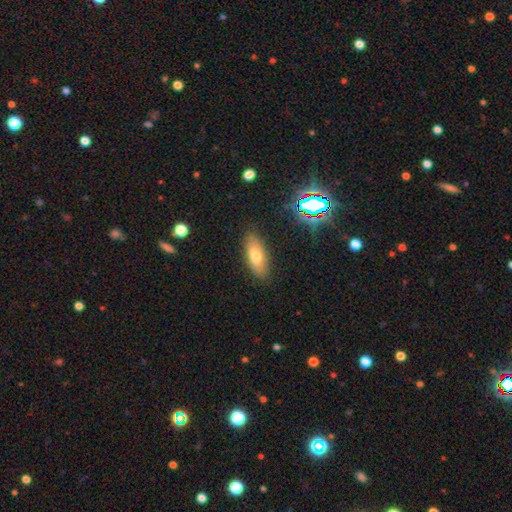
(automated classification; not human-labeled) Smooth or featured?
  - smooth: 69% *
  - featured or disk: 21%
  - star or artifact: 10%
How rounded?
  - in between: 71% *
  - cigar-shaped: 26%
  - round: 3%
Merging?
  - none: 87% *
  - minor disturbance: 10%
  - major disturbance: 2%
  - merger: 1%